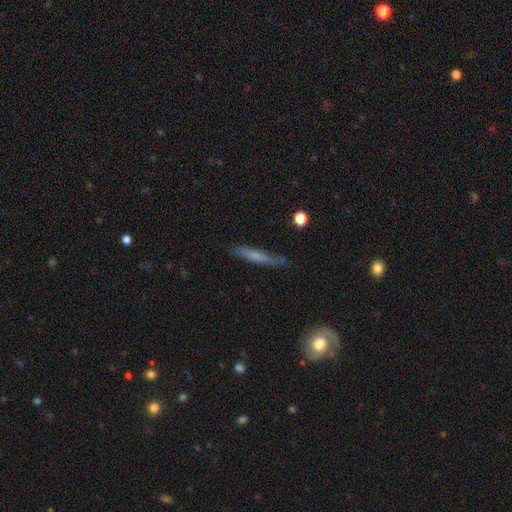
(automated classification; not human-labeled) smooth-or-featured: smooth: 61% | featured or disk: 32% | star or artifact: 8%
  how-rounded: cigar-shaped: 91% | in between: 7% | round: 2%
  merging: none: 71% | minor disturbance: 21% | major disturbance: 5% | merger: 3%